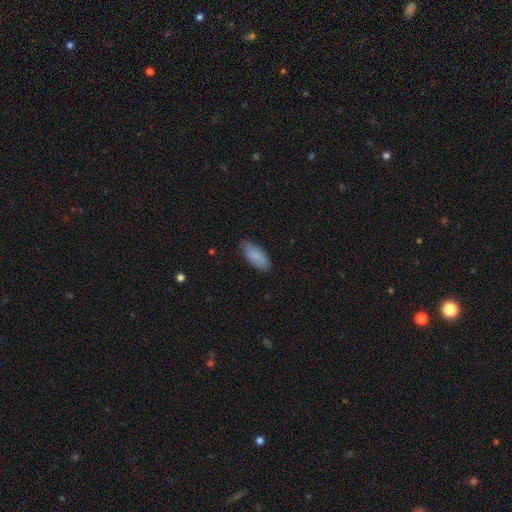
Overall: smooth (84%). How rounded: in between (77%). Merging: none (83%).